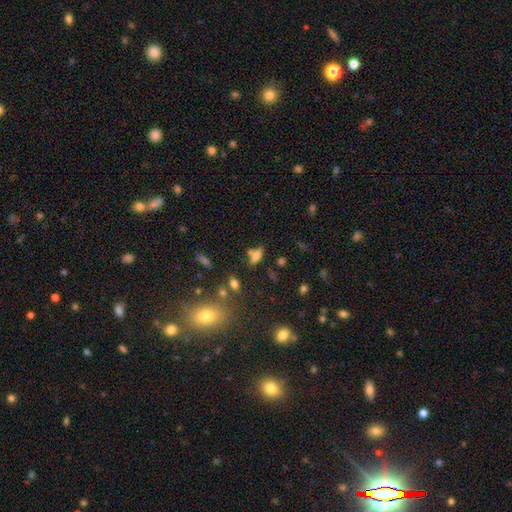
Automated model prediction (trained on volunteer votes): This appears to be a smooth galaxy with no disk features (62%) that is in between round and cigar-shaped (72%). Merging: none (58%).